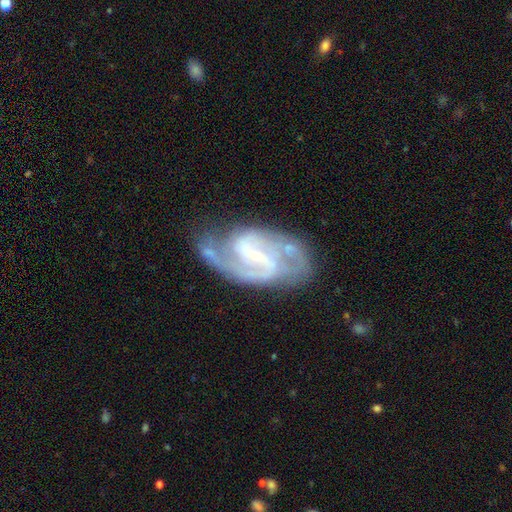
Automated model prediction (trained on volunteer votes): Overall: featured or disk (90%). Edge-on disk: no (97%). Bar: weak (46%; strong 36%). Spiral arms: yes (97%). Spiral arm count: 2 (77%). Spiral winding: medium (55%; tight 29%). Bulge size: small (78%). Merging: none (65%).